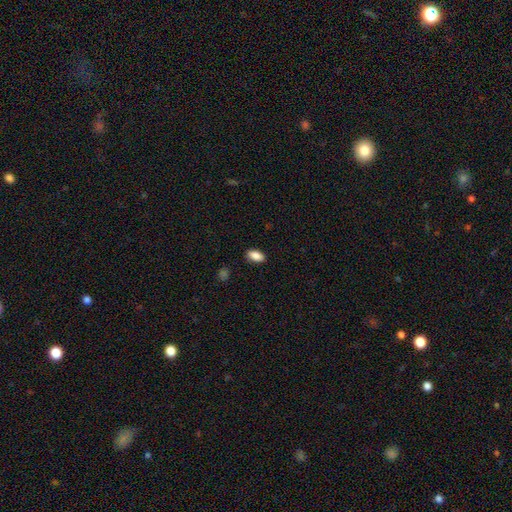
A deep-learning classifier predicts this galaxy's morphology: Smooth or featured? Predicted: smooth (p=0.89). How rounded? Predicted: in between (p=0.92). Merging? Predicted: none (p=0.87).